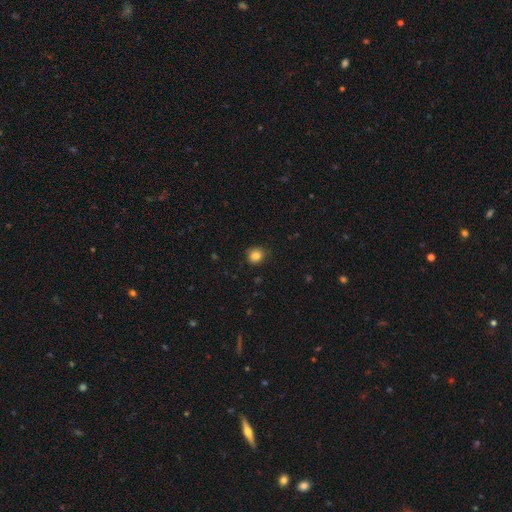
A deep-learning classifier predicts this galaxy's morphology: smooth_or_featured: smooth (p=0.85) [alt: star or artifact p=0.11]
how_rounded: round (p=0.82) [alt: in between p=0.17]
merging: none (p=0.84) [alt: minor disturbance p=0.13]